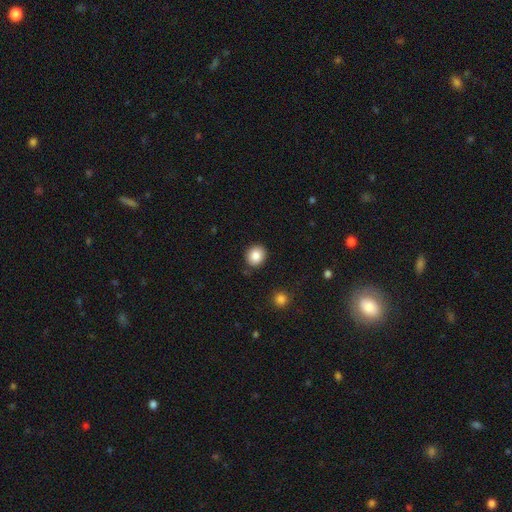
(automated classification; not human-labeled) Morphology: type=smooth (86%); roundness=round (75%); merging=none (87%).